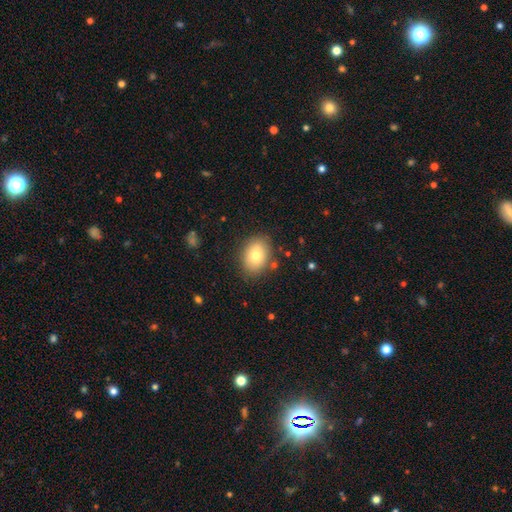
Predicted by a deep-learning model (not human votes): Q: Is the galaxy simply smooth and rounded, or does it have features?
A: smooth — 76%.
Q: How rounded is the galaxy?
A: in between — 69%.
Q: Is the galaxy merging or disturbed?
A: none — 83%.